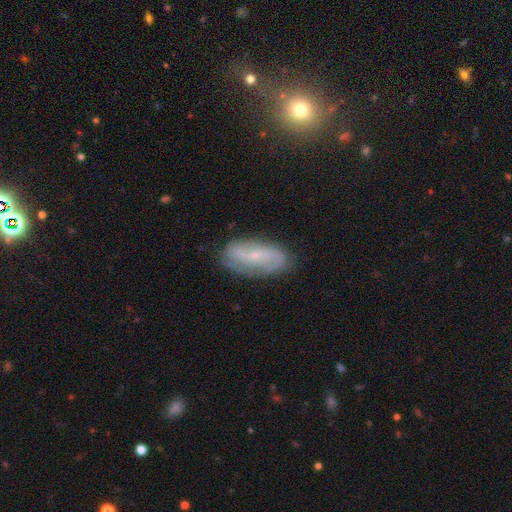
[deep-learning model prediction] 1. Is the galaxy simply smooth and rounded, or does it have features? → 70% featured or disk, 22% smooth, 8% star or artifact.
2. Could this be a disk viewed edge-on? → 91% no, 9% yes.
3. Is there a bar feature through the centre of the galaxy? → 41% weak (tied), 41% no (tied), 19% strong.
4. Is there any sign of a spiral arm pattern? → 87% yes, 13% no.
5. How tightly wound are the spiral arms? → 36% medium (tied), 36% loose (tied), 28% tight.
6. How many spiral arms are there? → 68% 2, 20% can't tell, 5% 3, 3% 1, 2% 4, 2% more than 4.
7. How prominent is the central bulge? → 77% small, 16% moderate, 5% none, 1% large, 1% dominant.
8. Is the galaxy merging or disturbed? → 78% none, 16% minor disturbance, 4% major disturbance, 2% merger.